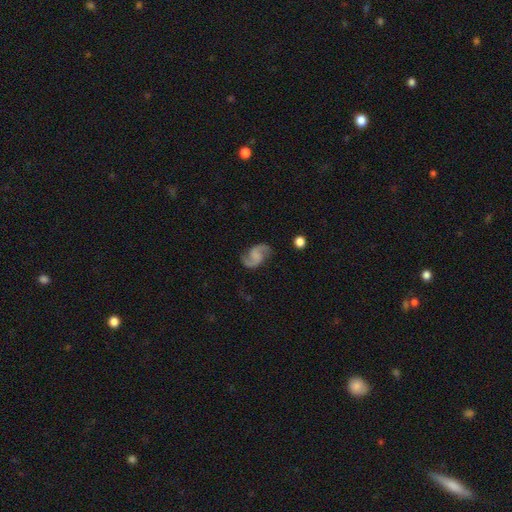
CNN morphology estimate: Q: Smooth or featured?
A: featured or disk (86%); runner-up: smooth (8%)
Q: Edge-on disk?
A: no (98%); runner-up: yes (2%)
Q: Bar?
A: no (54%); runner-up: weak (37%)
Q: Spiral arms?
A: yes (97%); runner-up: no (3%)
Q: Spiral winding?
A: loose (51%); runner-up: medium (40%)
Q: Spiral arm count?
A: 2 (94%); runner-up: can't tell (2%)
Q: Bulge size?
A: none (66%); runner-up: small (17%)
Q: Merging?
A: none (80%); runner-up: minor disturbance (13%)